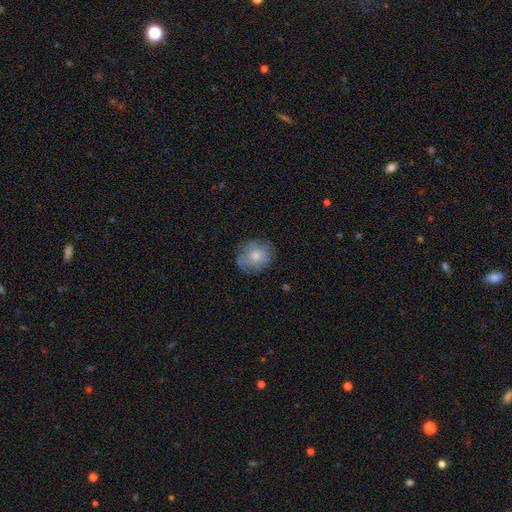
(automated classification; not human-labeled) Morphology: type=smooth (62%); roundness=round (79%); merging=none (74%).